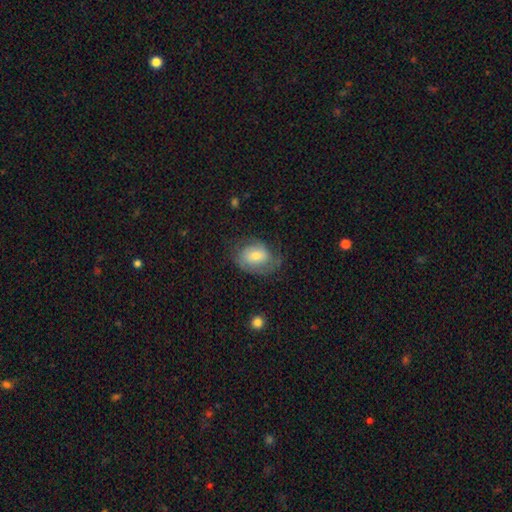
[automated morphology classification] A smooth galaxy with no disk features (52%) that is in between round and cigar-shaped (71%).

Vote fractions:
- Smooth or featured? smooth: 52% / featured or disk: 40% / star or artifact: 8%
- How rounded? in between: 71% / round: 27% / cigar-shaped: 1%
- Merging? none: 54% / minor disturbance: 28% / major disturbance: 17% / merger: 2%